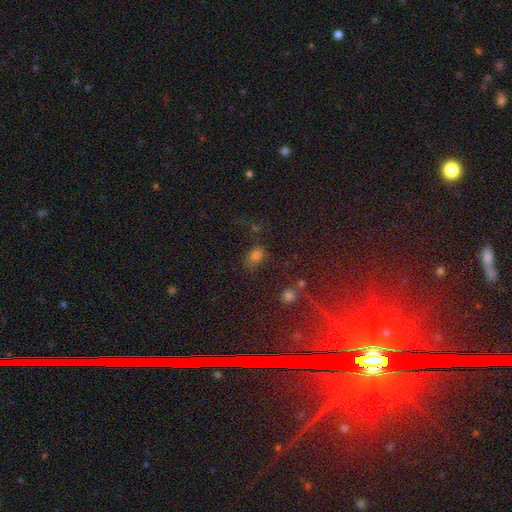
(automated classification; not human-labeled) Smooth or featured? Predicted: smooth (p=0.67). How rounded? Predicted: in between (p=0.72). Merging? Predicted: none (p=0.58).